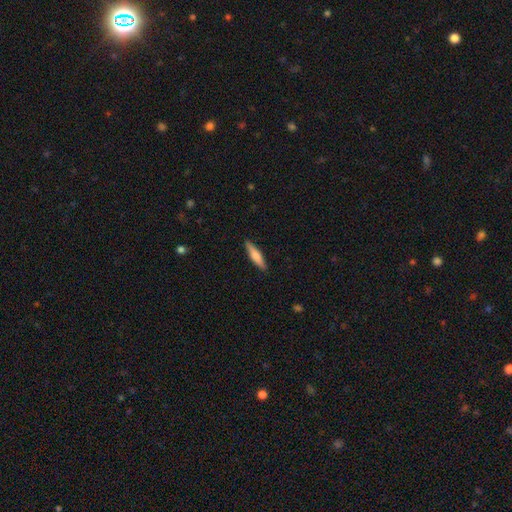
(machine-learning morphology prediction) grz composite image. It shows a smooth galaxy with no disk features (72%) that is cigar-shaped (81%). Merging: none (89%).